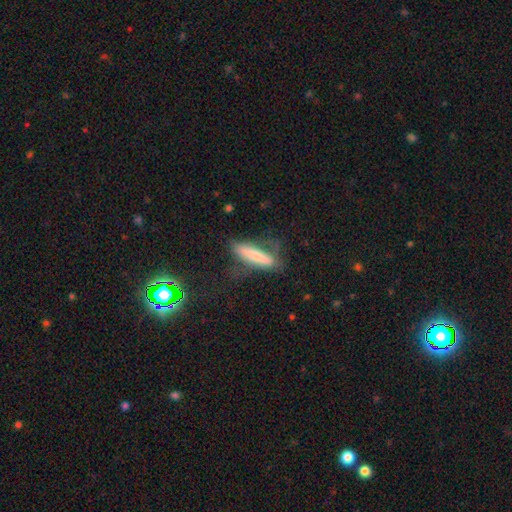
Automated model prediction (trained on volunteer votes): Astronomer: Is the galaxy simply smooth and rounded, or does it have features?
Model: smooth — 64%.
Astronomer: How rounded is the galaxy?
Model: cigar-shaped — 76%.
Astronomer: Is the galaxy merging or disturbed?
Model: none — 51% (runner-up: minor disturbance, 26%).